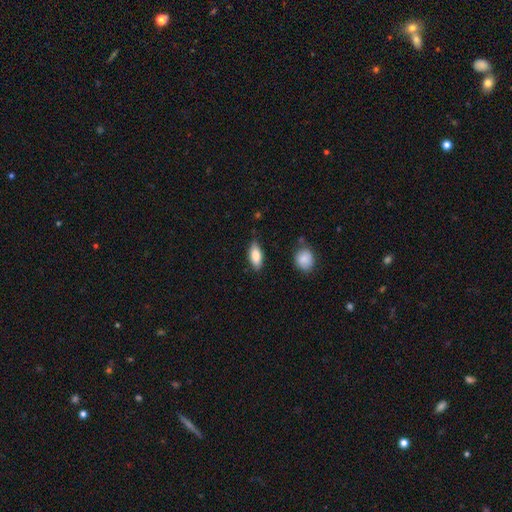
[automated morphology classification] A smooth galaxy with no disk features (81%) that is in between round and cigar-shaped (83%).

Vote fractions:
- Smooth or featured? smooth: 81% / featured or disk: 13% / star or artifact: 6%
- How rounded? in between: 83% / cigar-shaped: 15% / round: 3%
- Merging? none: 81% / minor disturbance: 14% / major disturbance: 3% / merger: 2%